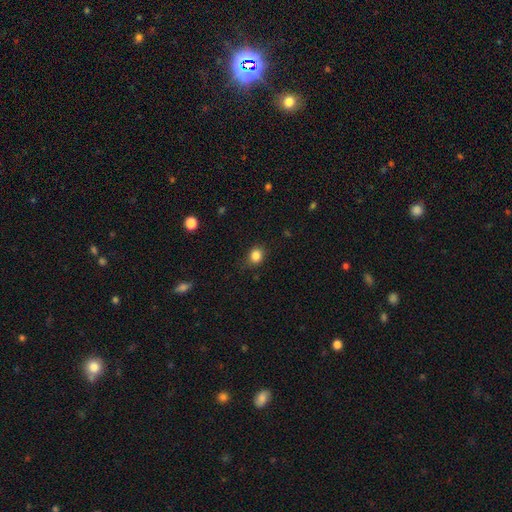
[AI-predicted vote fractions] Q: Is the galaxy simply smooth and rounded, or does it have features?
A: smooth — 84%.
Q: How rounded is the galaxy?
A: round — 67%.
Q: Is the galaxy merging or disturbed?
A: none — 79%.